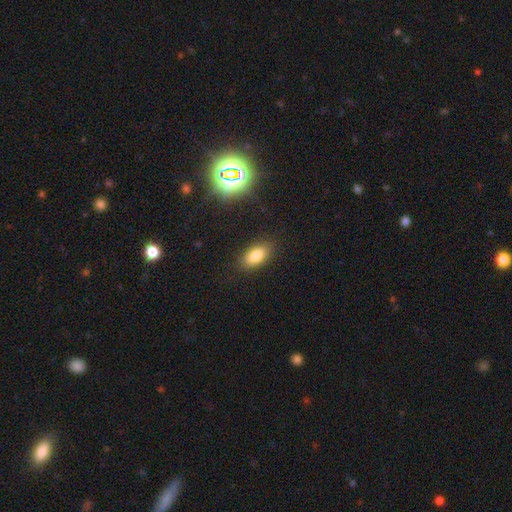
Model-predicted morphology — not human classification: This appears to be a smooth galaxy with no disk features (82%) that is in between round and cigar-shaped (89%). Merging: none (86%).